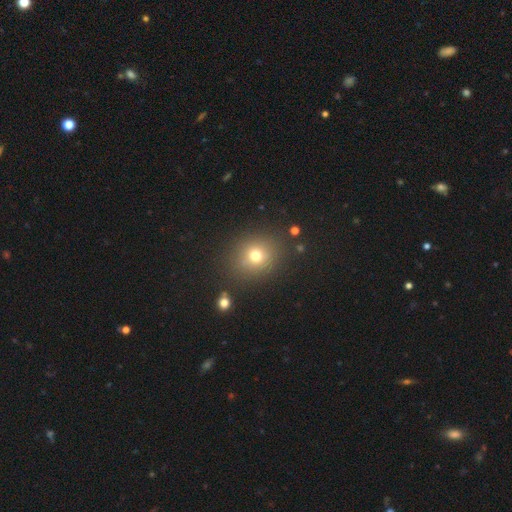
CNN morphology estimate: Smooth or featured? smooth (71%)
How rounded? round (75%)
Merging? none (84%)